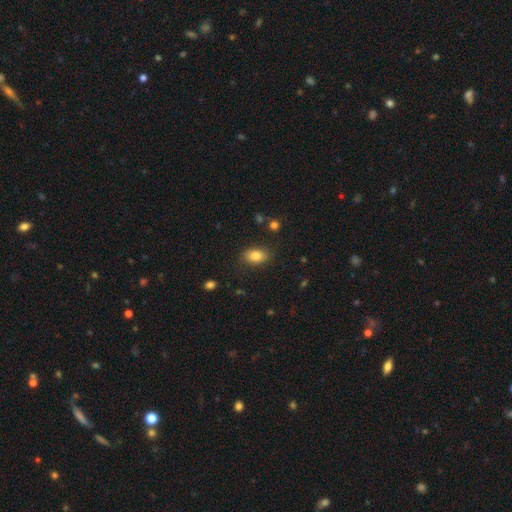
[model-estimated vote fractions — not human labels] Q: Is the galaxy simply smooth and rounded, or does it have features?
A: smooth — 84%.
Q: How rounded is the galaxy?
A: in between — 86%.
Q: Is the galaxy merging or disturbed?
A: none — 82%.